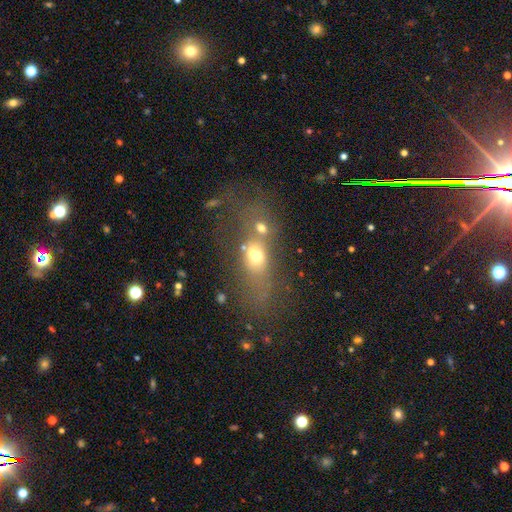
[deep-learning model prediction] Smooth or featured?
  - smooth: 54% *
  - featured or disk: 27%
  - star or artifact: 19%
How rounded?
  - in between: 61% *
  - round: 25%
  - cigar-shaped: 14%
Merging?
  - merger: 40% *
  - none: 30%
  - major disturbance: 17%
  - minor disturbance: 13%